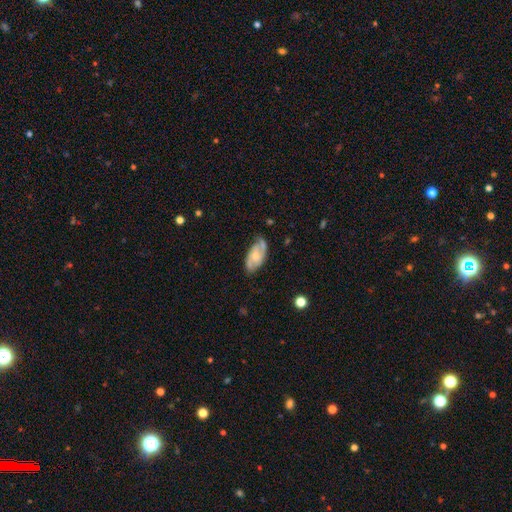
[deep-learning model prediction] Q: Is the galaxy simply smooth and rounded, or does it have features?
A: featured or disk — 71%.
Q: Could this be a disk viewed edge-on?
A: no — 94%.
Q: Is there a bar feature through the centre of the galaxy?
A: no — 58%.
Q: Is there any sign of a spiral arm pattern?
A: yes — 90%.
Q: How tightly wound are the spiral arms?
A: medium — 46%.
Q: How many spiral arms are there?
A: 2 — 75%.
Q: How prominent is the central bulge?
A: small — 52%.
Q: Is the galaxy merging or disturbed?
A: none — 65%.